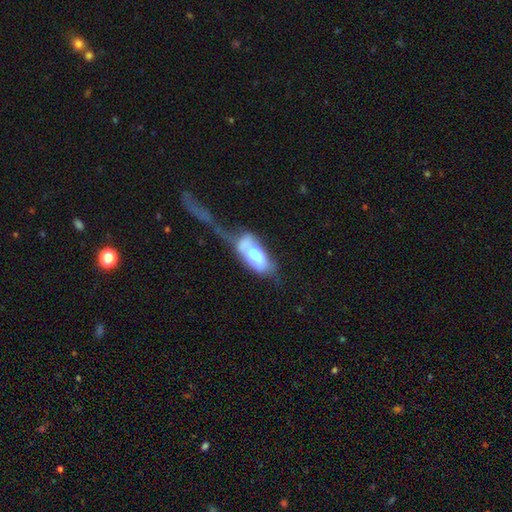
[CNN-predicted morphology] smooth_or_featured: smooth (p=0.60) [alt: featured or disk p=0.32]
how_rounded: in between (p=0.89) [alt: cigar-shaped p=0.07]
merging: major disturbance (p=0.42) [alt: merger p=0.28]